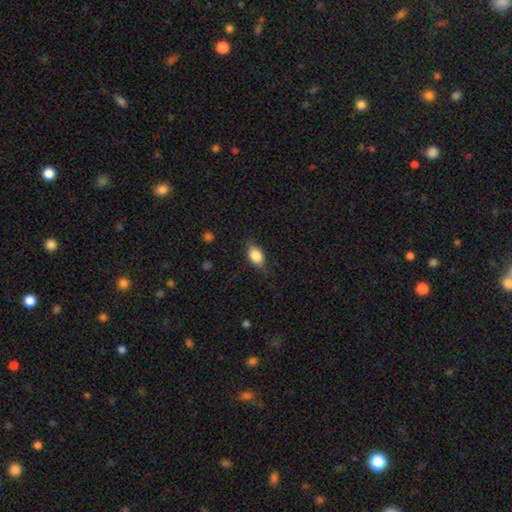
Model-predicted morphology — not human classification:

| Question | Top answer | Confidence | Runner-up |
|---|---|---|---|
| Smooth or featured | smooth | 81% | featured or disk (12%) |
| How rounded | in between | 84% | round (11%) |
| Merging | none | 76% | minor disturbance (18%) |